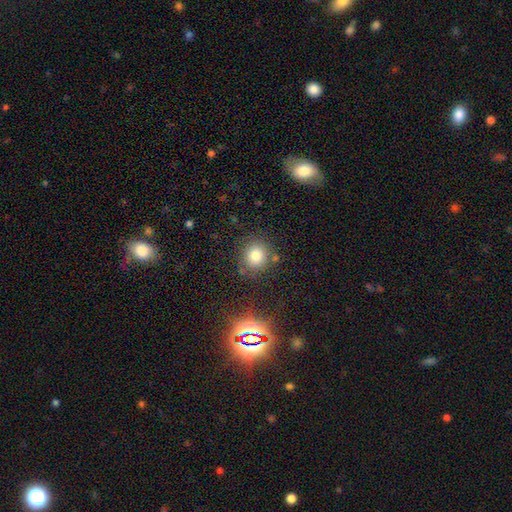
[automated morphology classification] This appears to be a smooth galaxy with no disk features (78%) that is round (88%). Merging: none (80%).